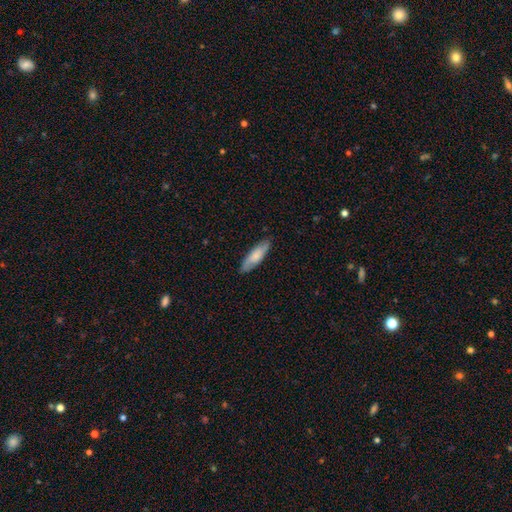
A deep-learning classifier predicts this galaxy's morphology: Q: Smooth or featured?
A: smooth (70%); runner-up: featured or disk (25%)
Q: How rounded?
A: cigar-shaped (53%); runner-up: in between (45%)
Q: Merging?
A: none (85%); runner-up: minor disturbance (12%)